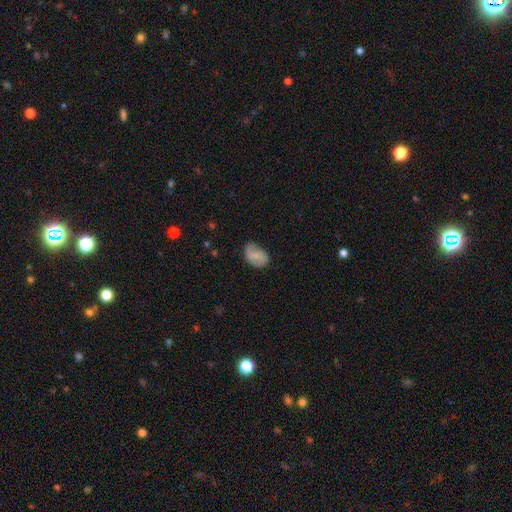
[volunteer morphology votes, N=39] type=smooth (67%); roundness=in between (81%); merging=none (53%).